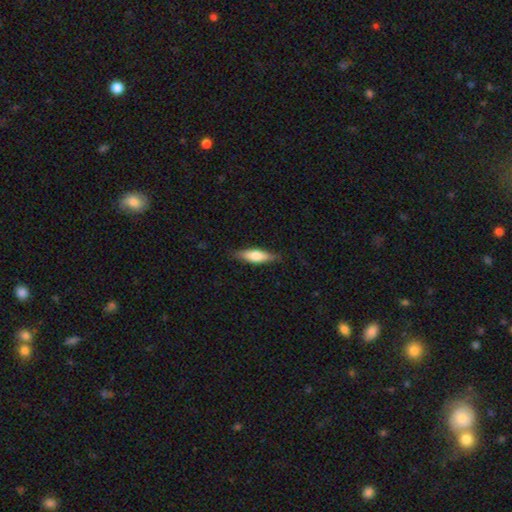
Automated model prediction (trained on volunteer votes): A smooth galaxy with no disk features (61%) that is cigar-shaped (54%).

Vote fractions:
- Smooth or featured? smooth: 61% / featured or disk: 33% / star or artifact: 6%
- How rounded? cigar-shaped: 54% / in between: 44% / round: 2%
- Merging? none: 82% / minor disturbance: 14% / major disturbance: 3% / merger: 1%